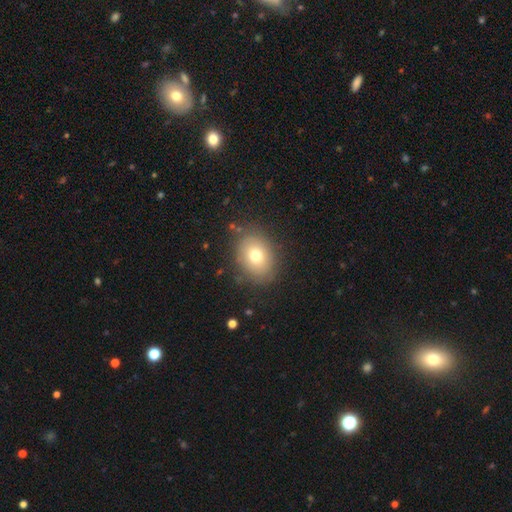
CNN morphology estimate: type=smooth (74%); roundness=in between (64%); merging=none (83%).